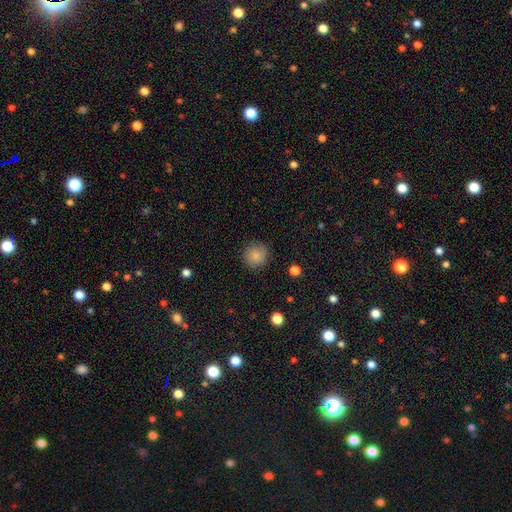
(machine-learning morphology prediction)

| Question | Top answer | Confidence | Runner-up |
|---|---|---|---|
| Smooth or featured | smooth | 85% | star or artifact (9%) |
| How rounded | round | 92% | in between (7%) |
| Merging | none | 88% | minor disturbance (8%) |